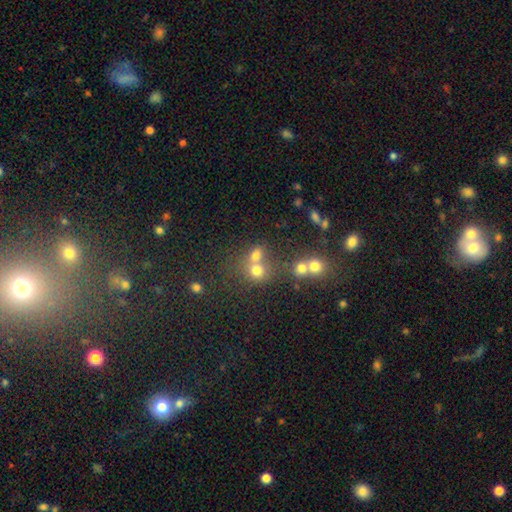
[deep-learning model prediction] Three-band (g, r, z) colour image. It shows a smooth galaxy with no disk features (69%) that is round (67%). Merging: merger (45%).